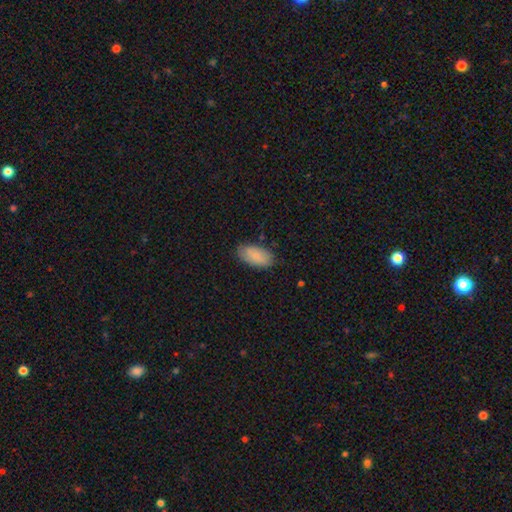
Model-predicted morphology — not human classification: This is clearly a smooth galaxy (87%). How rounded: clearly in between (94%). Merging: clearly none (81%).